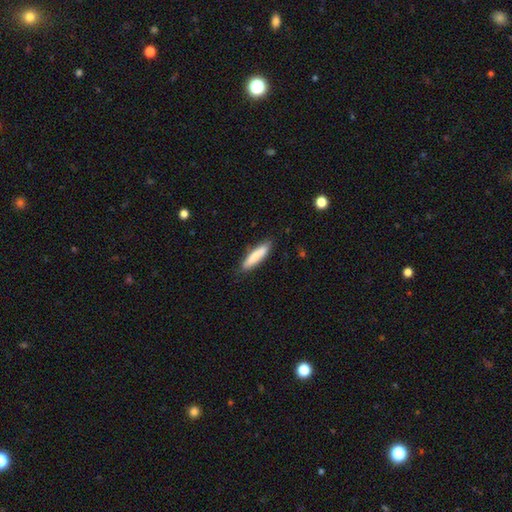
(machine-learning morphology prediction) This appears to be a smooth galaxy with no disk features (80%) that is cigar-shaped (79%). Merging: none (86%).